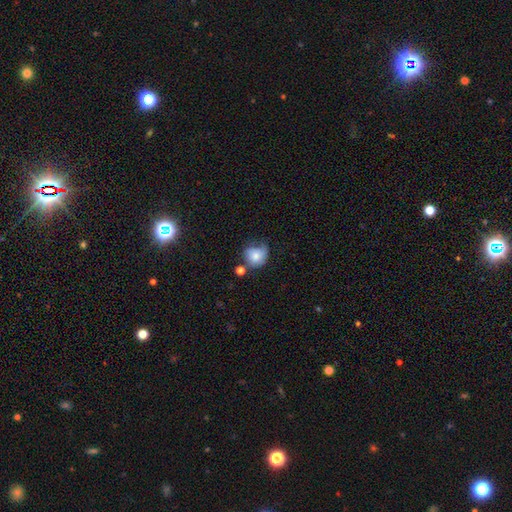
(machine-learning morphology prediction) Smooth or featured? smooth (74%)
How rounded? round (77%)
Merging? none (43%)